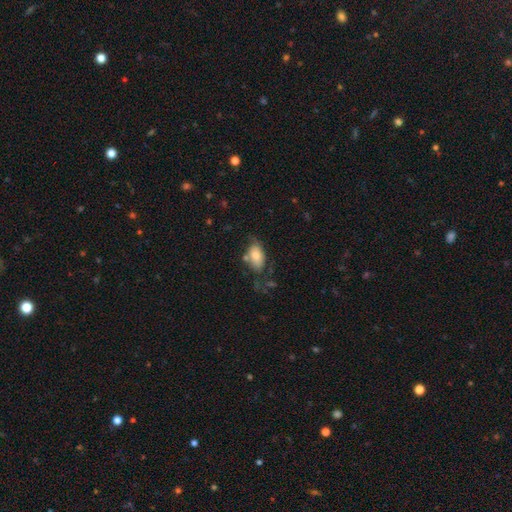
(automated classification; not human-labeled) smooth 75%, featured or disk 18%, star or artifact 7%. Down the decision tree: how rounded — in between (91%); merging — none (47%).